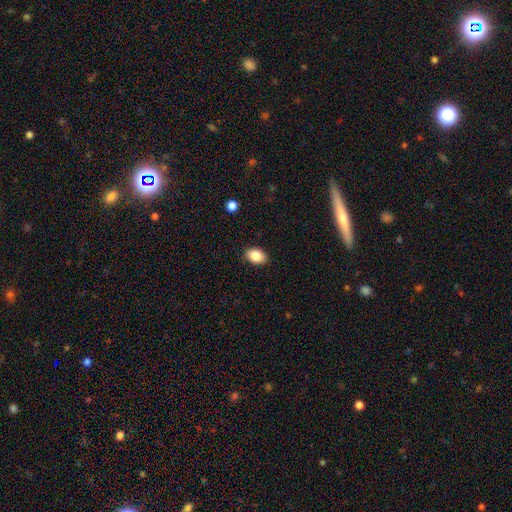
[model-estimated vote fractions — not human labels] A smooth galaxy with no disk features (86%) that is in between round and cigar-shaped (84%).

Vote fractions:
- Smooth or featured? smooth: 86% / star or artifact: 8% / featured or disk: 7%
- How rounded? in between: 84% / round: 15% / cigar-shaped: 1%
- Merging? none: 89% / minor disturbance: 9% / major disturbance: 2% / merger: 1%